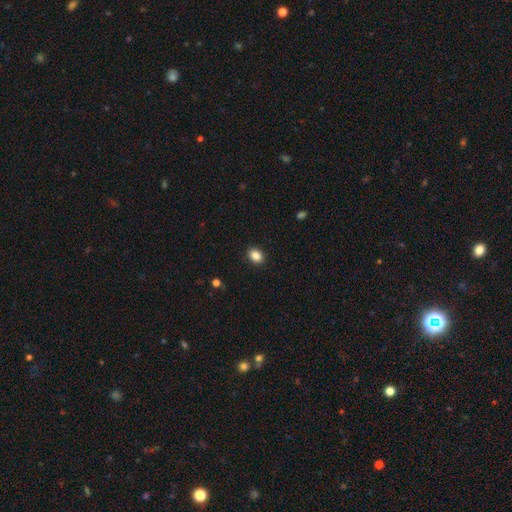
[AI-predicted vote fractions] A smooth galaxy with no disk features (87%) that is in between round and cigar-shaped (66%).

Vote fractions:
- Smooth or featured? smooth: 87% / star or artifact: 9% / featured or disk: 4%
- How rounded? in between: 66% / round: 33% / cigar-shaped: 1%
- Merging? none: 90% / minor disturbance: 7% / major disturbance: 2% / merger: 1%